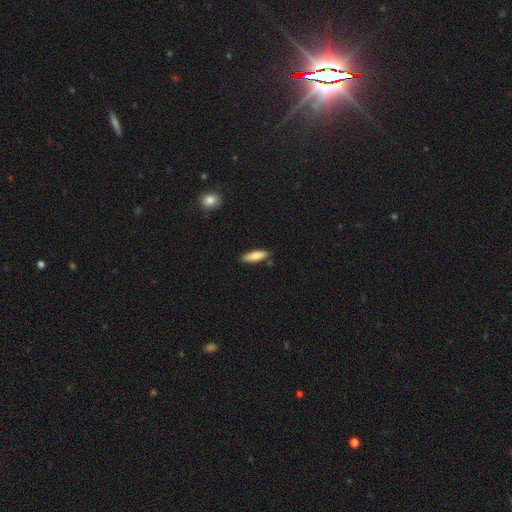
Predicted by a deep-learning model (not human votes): smooth_or_featured: smooth (p=0.83) [alt: featured or disk p=0.11]
how_rounded: cigar-shaped (p=0.55) [alt: in between p=0.43]
merging: none (p=0.80) [alt: minor disturbance p=0.15]